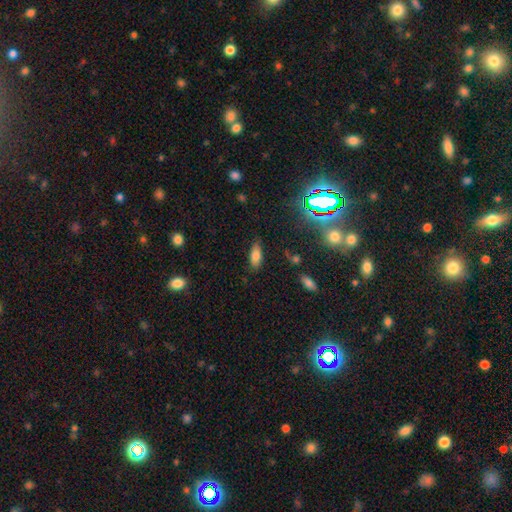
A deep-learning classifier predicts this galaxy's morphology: Smooth or featured?
  - smooth: 76% *
  - star or artifact: 12%
  - featured or disk: 11%
How rounded?
  - in between: 80% *
  - cigar-shaped: 17%
  - round: 3%
Merging?
  - none: 81% *
  - minor disturbance: 14%
  - major disturbance: 3%
  - merger: 2%